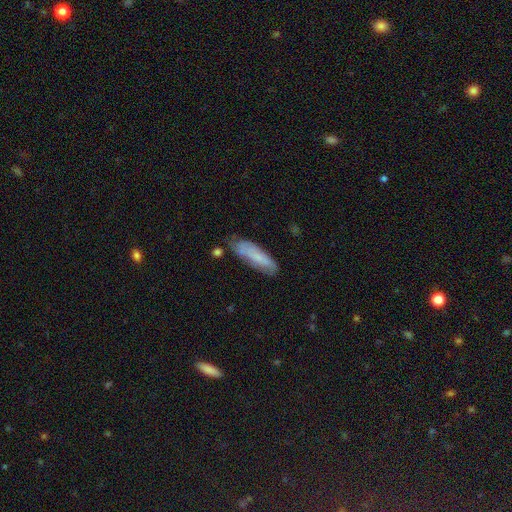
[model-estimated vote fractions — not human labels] The model was most divided on "how rounded": cigar-shaped: 60%, in between: 39%, round: 2%. More confident: merging — none (67%); smooth or featured — smooth (65%).